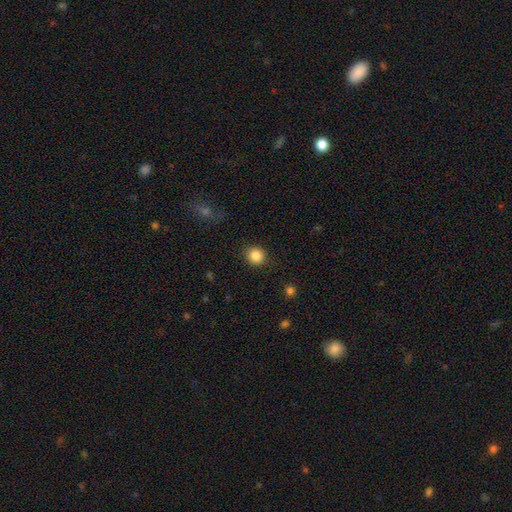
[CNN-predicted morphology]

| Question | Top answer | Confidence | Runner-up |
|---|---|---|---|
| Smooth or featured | smooth | 85% | star or artifact (10%) |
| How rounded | round | 88% | in between (11%) |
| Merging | none | 87% | minor disturbance (9%) |